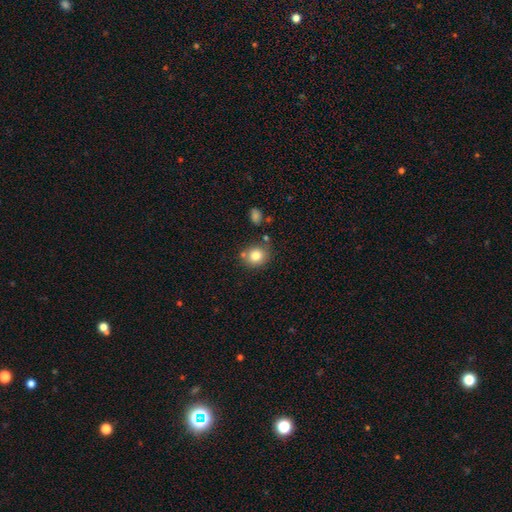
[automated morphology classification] Q: Smooth or featured?
A: smooth (81%); runner-up: star or artifact (10%)
Q: How rounded?
A: round (78%); runner-up: in between (21%)
Q: Merging?
A: none (74%); runner-up: minor disturbance (12%)